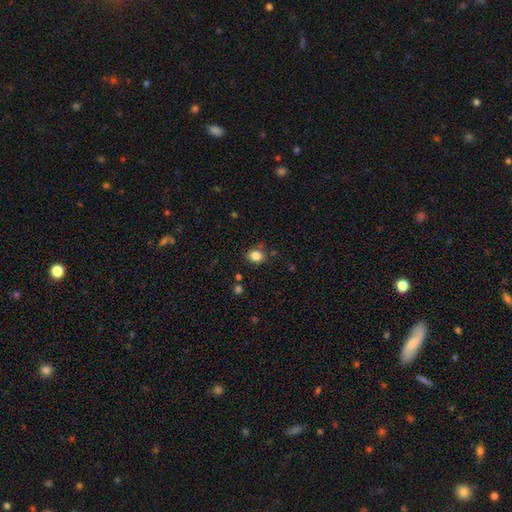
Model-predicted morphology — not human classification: type=smooth (83%); roundness=in between (53%); merging=none (79%).